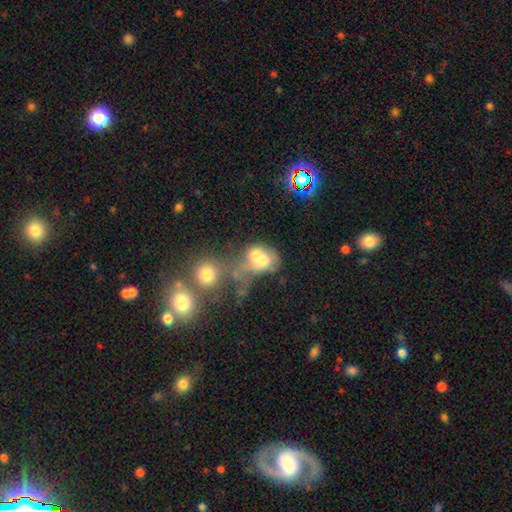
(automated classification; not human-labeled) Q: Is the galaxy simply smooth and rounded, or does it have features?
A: smooth — 53%.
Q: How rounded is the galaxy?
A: round — 52%.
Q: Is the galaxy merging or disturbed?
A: merger — 60%.